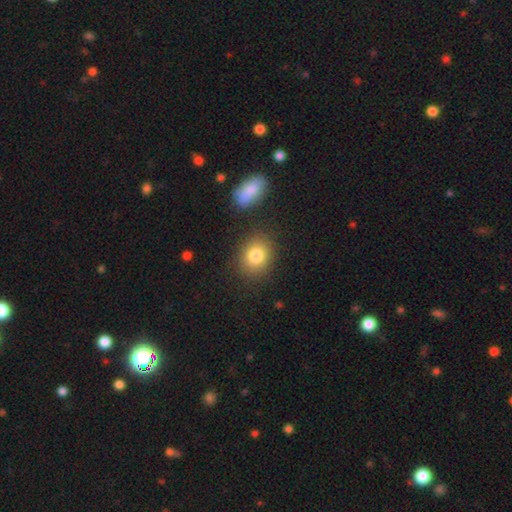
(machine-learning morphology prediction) A smooth galaxy with no disk features (82%) that is round (58%).

Vote fractions:
- Smooth or featured? smooth: 82% / star or artifact: 10% / featured or disk: 8%
- How rounded? round: 58% / in between: 41% / cigar-shaped: 1%
- Merging? none: 83% / minor disturbance: 9% / merger: 4% / major disturbance: 3%